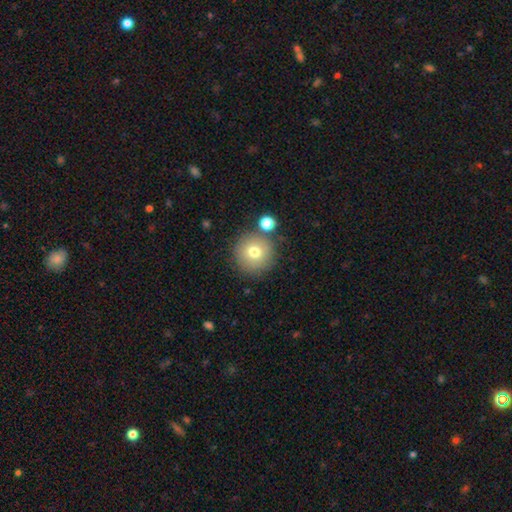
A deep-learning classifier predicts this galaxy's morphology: Q: Smooth or featured?
A: smooth (60%); runner-up: star or artifact (22%)
Q: How rounded?
A: round (94%); runner-up: in between (5%)
Q: Merging?
A: none (82%); runner-up: minor disturbance (8%)